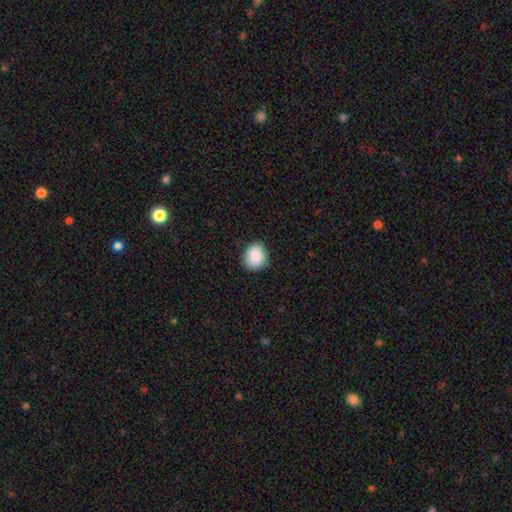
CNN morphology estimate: Q: Smooth or featured?
A: smooth (86%); runner-up: star or artifact (7%)
Q: How rounded?
A: round (68%); runner-up: in between (31%)
Q: Merging?
A: none (84%); runner-up: minor disturbance (13%)